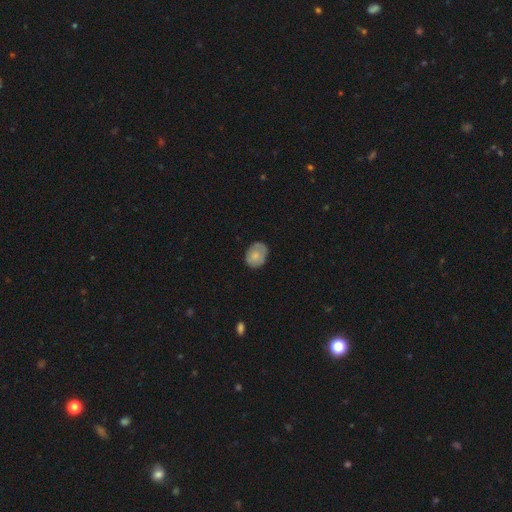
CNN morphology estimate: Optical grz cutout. It shows a smooth galaxy with no disk features (73%) that is in between round and cigar-shaped (59%). Merging: none (68%).